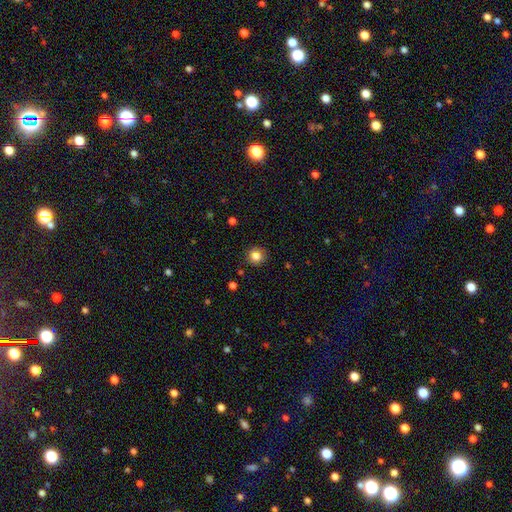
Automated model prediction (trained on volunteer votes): A smooth galaxy with no disk features (82%) that is round (93%). Merging: none (90%).